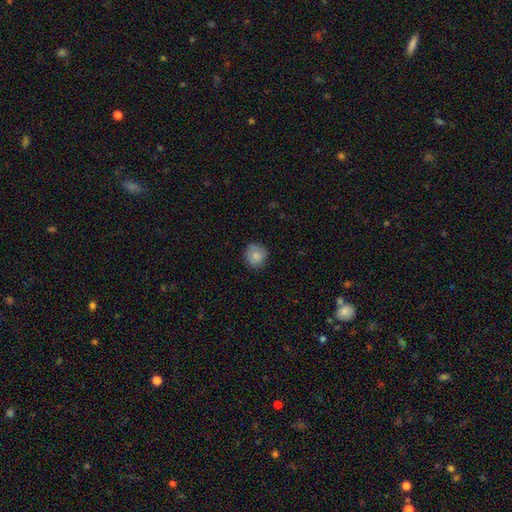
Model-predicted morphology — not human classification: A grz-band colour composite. It shows a smooth galaxy with no disk features (84%) that is round (92%). Merging: none (83%).